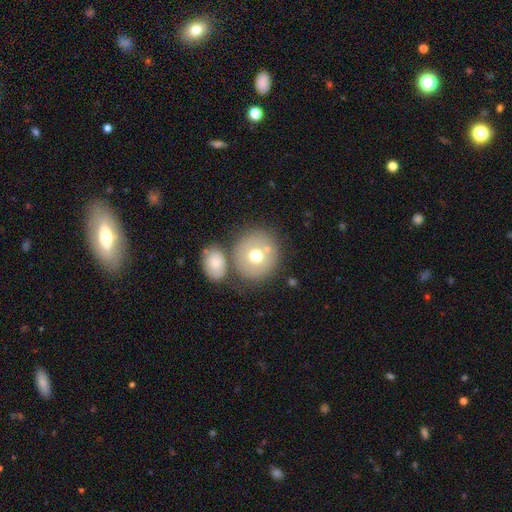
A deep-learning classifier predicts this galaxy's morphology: Smooth or featured? Predicted: smooth (p=0.67). How rounded? Predicted: round (p=0.89). Merging? Predicted: none (p=0.65).